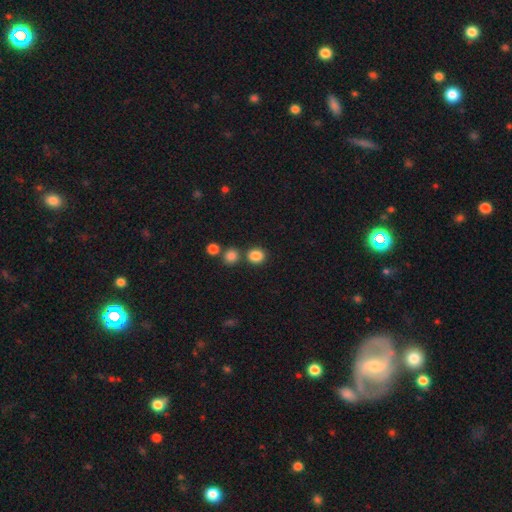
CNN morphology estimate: smooth_or_featured: smooth (p=0.85) [alt: star or artifact p=0.11]
how_rounded: round (p=0.66) [alt: in between p=0.33]
merging: none (p=0.72) [alt: merger p=0.14]